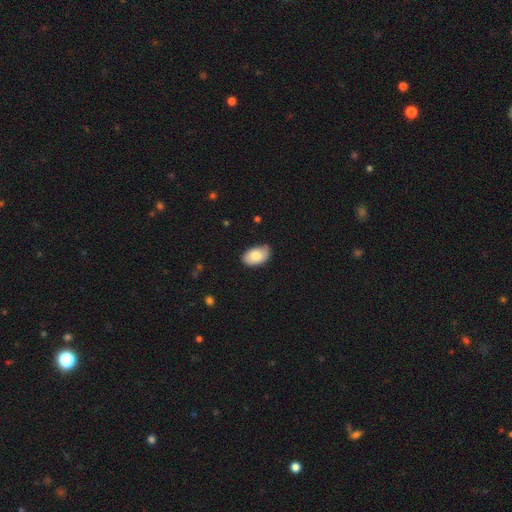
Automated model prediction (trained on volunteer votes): Smooth or featured: smooth — 77% (featured or disk — 17%)
How rounded: in between — 93% (round — 6%)
Merging: none — 76% (minor disturbance — 20%)